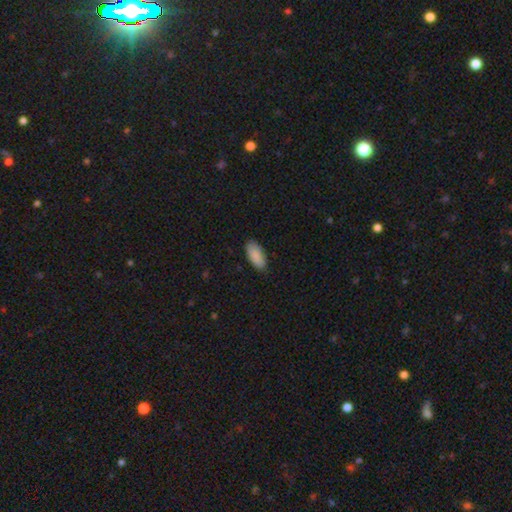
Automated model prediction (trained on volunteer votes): Smooth or featured? smooth (89%)
How rounded? in between (91%)
Merging? none (85%)